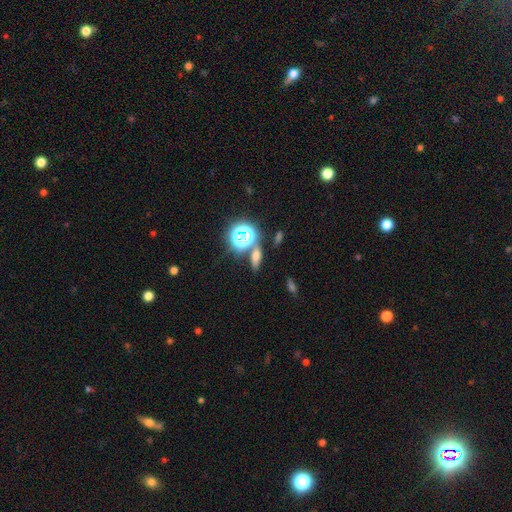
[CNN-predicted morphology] This appears to be a smooth galaxy with no disk features (53%) that is in between round and cigar-shaped (47%). Merging: none (75%).